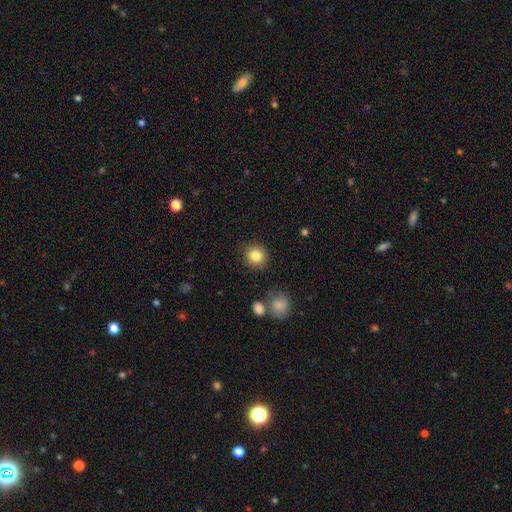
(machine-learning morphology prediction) Smooth or featured?
  - smooth: 85% *
  - star or artifact: 9%
  - featured or disk: 6%
How rounded?
  - round: 88% *
  - in between: 11%
  - cigar-shaped: 1%
Merging?
  - none: 86% *
  - minor disturbance: 8%
  - major disturbance: 3%
  - merger: 3%